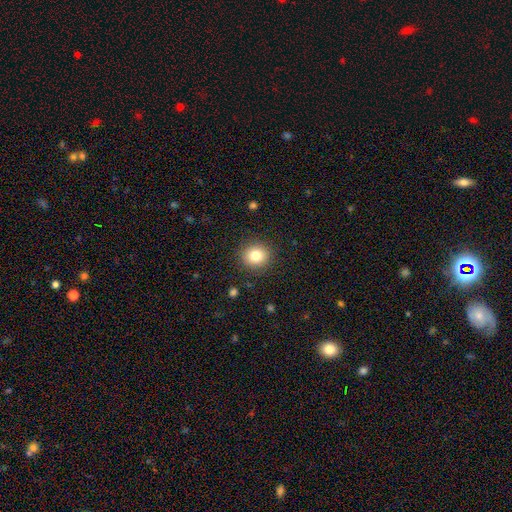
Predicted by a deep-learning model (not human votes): smooth 81%, star or artifact 11%, featured or disk 8%. Down the decision tree: how rounded — round (89%); merging — none (89%).